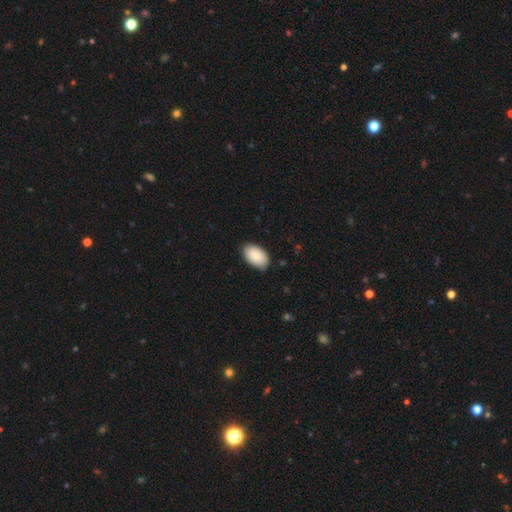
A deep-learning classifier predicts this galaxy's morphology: A smooth galaxy with no disk features (87%) that is in between round and cigar-shaped (94%). Merging: none (84%).